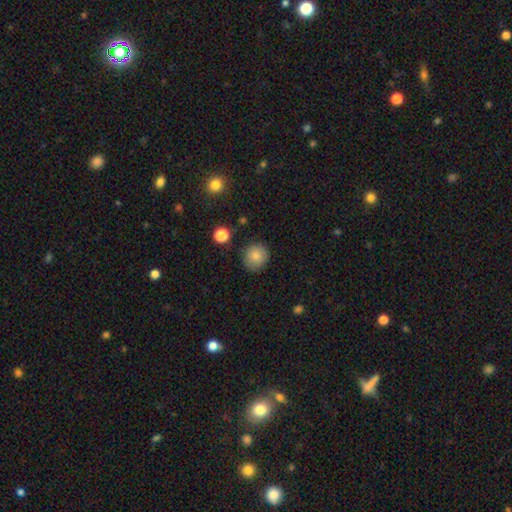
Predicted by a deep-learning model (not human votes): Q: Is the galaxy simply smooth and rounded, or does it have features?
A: smooth — 84%.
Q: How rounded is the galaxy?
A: round — 91%.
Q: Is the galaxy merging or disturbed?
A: none — 86%.